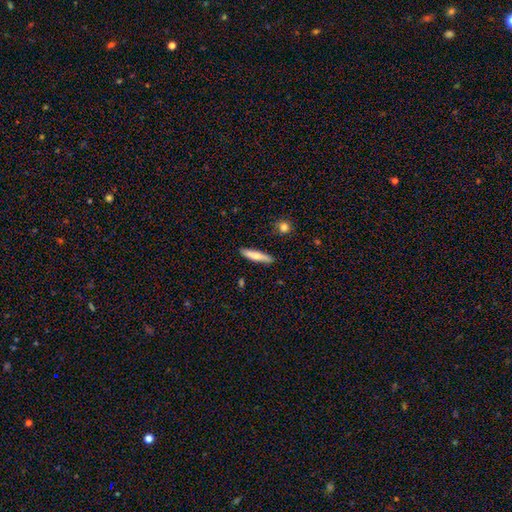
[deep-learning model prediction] Smooth or featured? smooth (67%)
How rounded? cigar-shaped (84%)
Merging? none (87%)